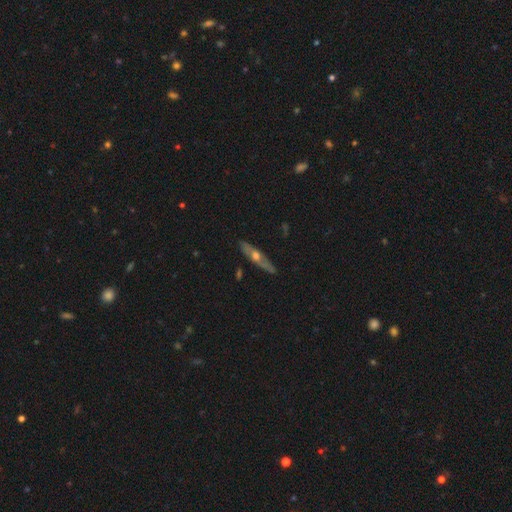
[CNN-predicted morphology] type=featured or disk (67%); edge-on=yes (78%); edge-on bulge=rounded (91%); merging=none (86%).